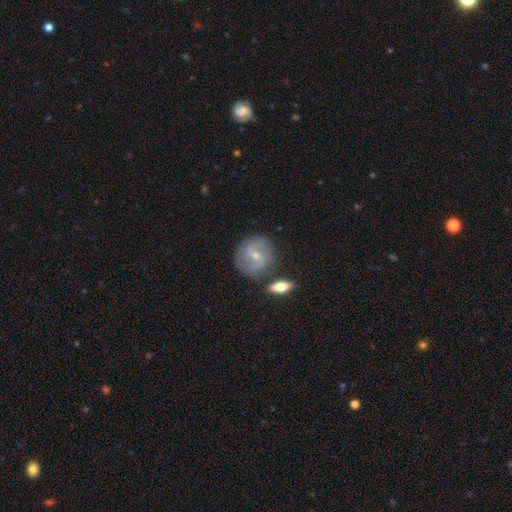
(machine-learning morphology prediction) This appears to be a featured or disk galaxy (79%) with a weak bar (49%), 2 (82%) medium (49%) spiral arms (93%) and a small central bulge (60%). Merging: none (74%).